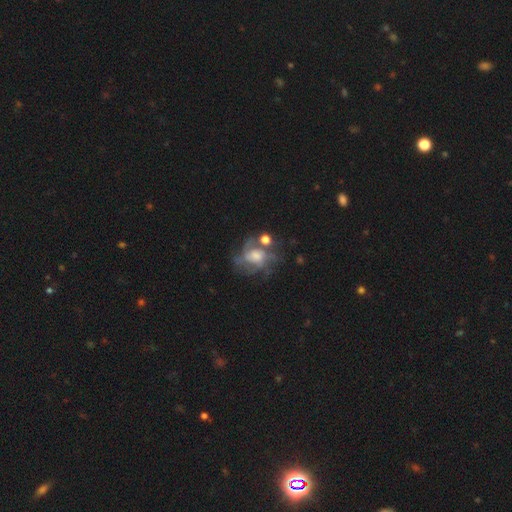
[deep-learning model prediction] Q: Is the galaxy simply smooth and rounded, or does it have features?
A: featured or disk — 71%.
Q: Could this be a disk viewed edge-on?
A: no — 97%.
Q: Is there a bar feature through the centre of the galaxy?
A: no — 68%.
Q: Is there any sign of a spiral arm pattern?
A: yes — 81%.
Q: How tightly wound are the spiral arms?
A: medium — 44%.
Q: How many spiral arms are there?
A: can't tell — 34%.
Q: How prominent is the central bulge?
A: moderate — 45%.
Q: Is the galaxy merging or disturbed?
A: none — 50%.